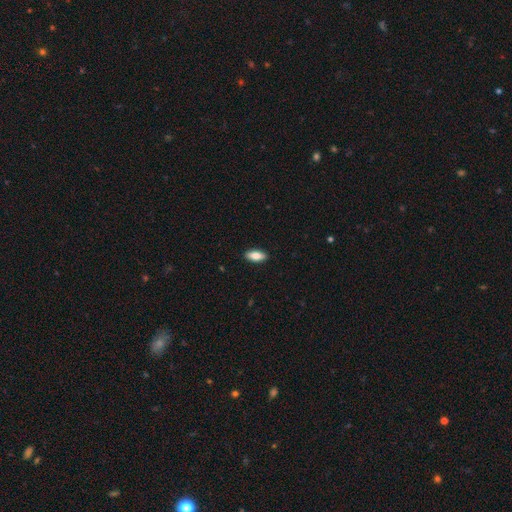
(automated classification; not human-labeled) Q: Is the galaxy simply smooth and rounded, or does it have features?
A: smooth — 80%.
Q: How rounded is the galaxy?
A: in between — 82%.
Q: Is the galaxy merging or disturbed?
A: none — 90%.